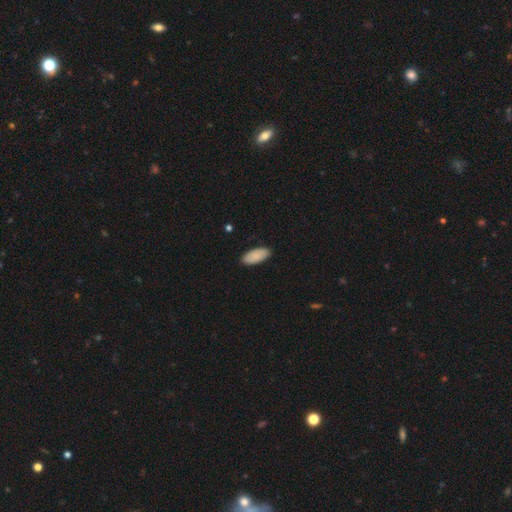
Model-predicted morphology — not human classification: A smooth galaxy with no disk features (88%) that is in between round and cigar-shaped (91%).

Vote fractions:
- Smooth or featured? smooth: 88% / featured or disk: 6% / star or artifact: 6%
- How rounded? in between: 91% / cigar-shaped: 7% / round: 2%
- Merging? none: 88% / minor disturbance: 9% / major disturbance: 2% / merger: 1%